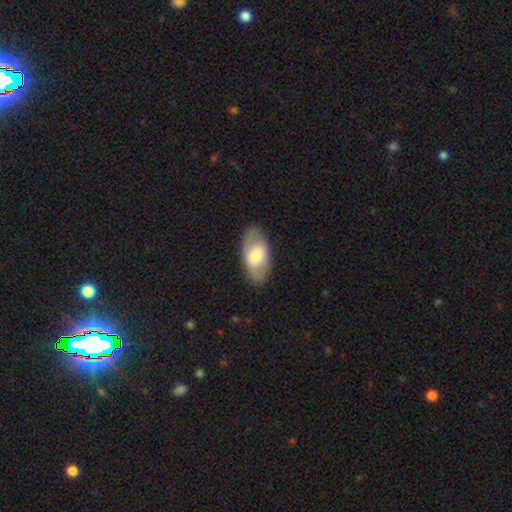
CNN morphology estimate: Smooth or featured? Predicted: smooth (p=0.55). How rounded? Predicted: in between (p=0.92). Merging? Predicted: none (p=0.79).